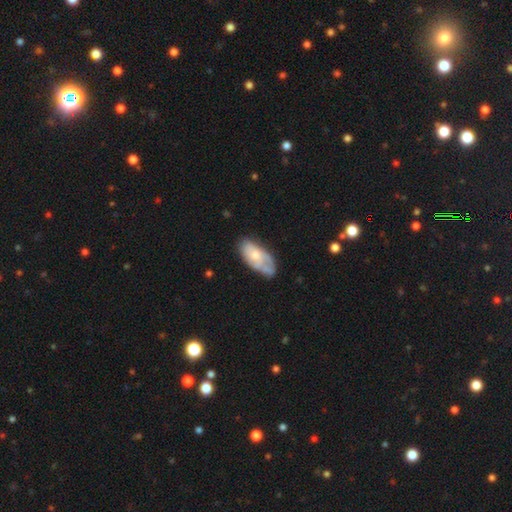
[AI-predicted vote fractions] A smooth galaxy with no disk features (48%).

Vote fractions:
- Smooth or featured? smooth: 48% / featured or disk: 45% / star or artifact: 6%
- Merging? none: 49% / minor disturbance: 32% / major disturbance: 14% / merger: 5%